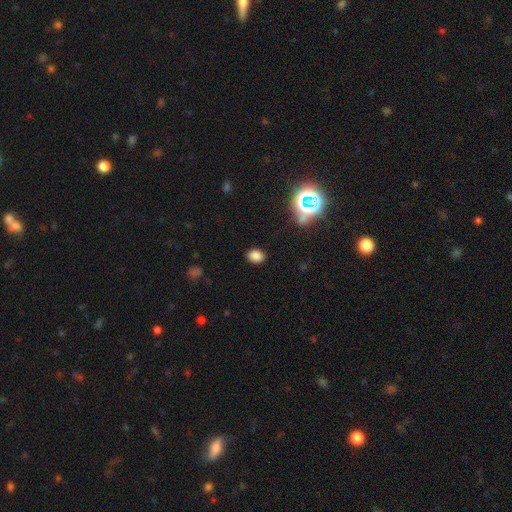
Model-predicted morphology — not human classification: The model was most divided on "how rounded": in between: 66%, round: 33%, cigar-shaped: 1%. More confident: merging — none (87%); smooth or featured — smooth (80%).